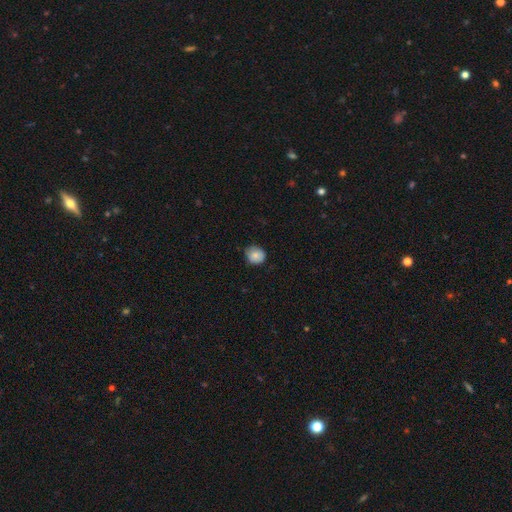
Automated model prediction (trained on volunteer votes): smooth 82%, featured or disk 9%, star or artifact 8%. Down the decision tree: how rounded — round (79%); merging — none (73%).